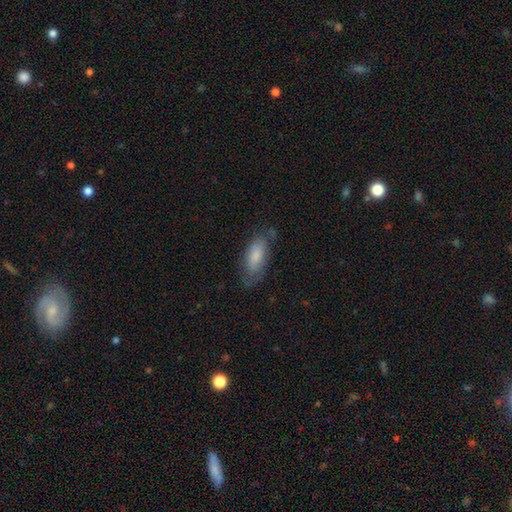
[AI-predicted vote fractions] smooth_or_featured: smooth (p=0.72) [alt: featured or disk p=0.21]
how_rounded: in between (p=0.79) [alt: cigar-shaped p=0.19]
merging: none (p=0.59) [alt: minor disturbance p=0.28]